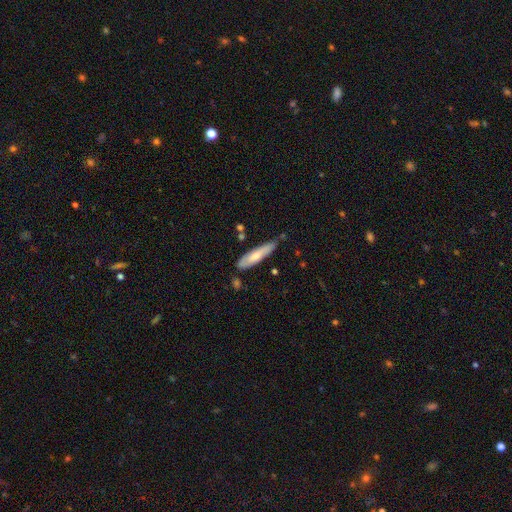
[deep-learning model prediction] This appears to be a smooth galaxy with no disk features (65%) that is cigar-shaped (76%). Merging: none (70%).